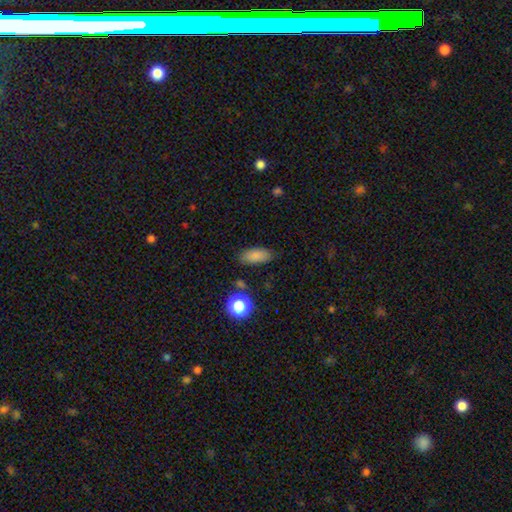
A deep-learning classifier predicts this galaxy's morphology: A smooth galaxy with no disk features (83%) that is in between round and cigar-shaped (86%).

Vote fractions:
- Smooth or featured? smooth: 83% / star or artifact: 11% / featured or disk: 7%
- How rounded? in between: 86% / cigar-shaped: 8% / round: 5%
- Merging? none: 78% / minor disturbance: 15% / major disturbance: 4% / merger: 3%